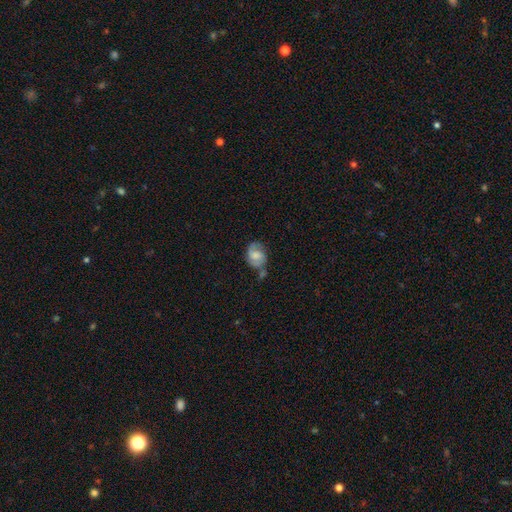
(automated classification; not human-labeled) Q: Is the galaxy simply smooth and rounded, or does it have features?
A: featured or disk — 52%.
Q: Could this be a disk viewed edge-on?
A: no — 97%.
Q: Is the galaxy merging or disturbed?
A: none — 51%.